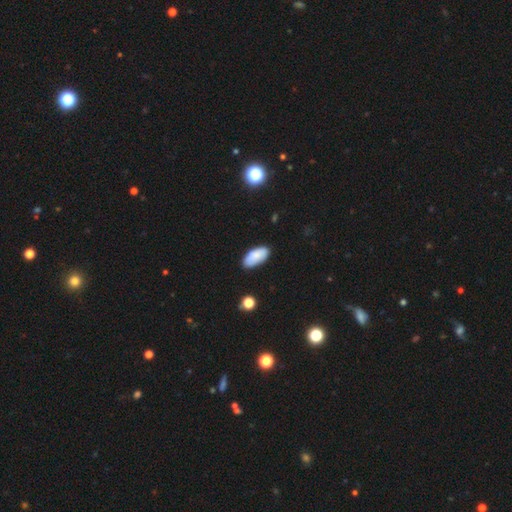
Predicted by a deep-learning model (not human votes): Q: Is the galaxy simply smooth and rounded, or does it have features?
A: smooth — 84%.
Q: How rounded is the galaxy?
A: in between — 92%.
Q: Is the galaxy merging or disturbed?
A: none — 80%.